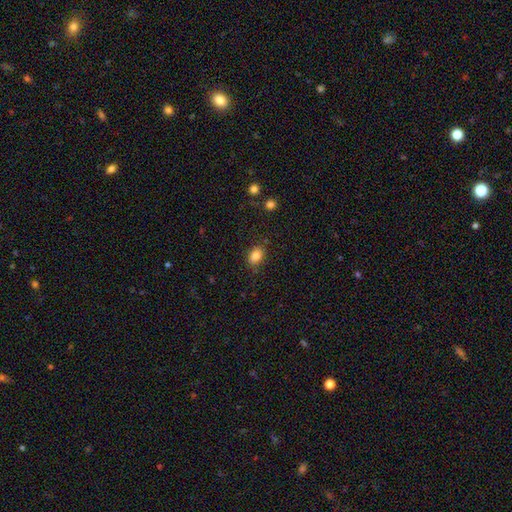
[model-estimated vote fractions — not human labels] Smooth or featured: smooth — 85% (star or artifact — 10%)
How rounded: in between — 78% (round — 20%)
Merging: none — 80% (minor disturbance — 14%)